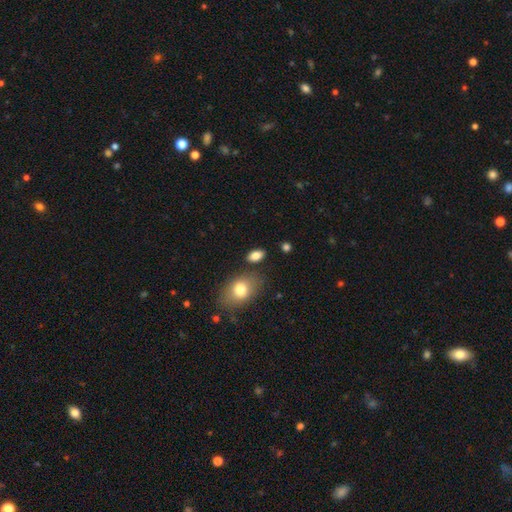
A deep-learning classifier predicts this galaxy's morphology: A smooth galaxy with no disk features (83%) that is in between round and cigar-shaped (88%).

Vote fractions:
- Smooth or featured? smooth: 83% / featured or disk: 9% / star or artifact: 9%
- How rounded? in between: 88% / round: 9% / cigar-shaped: 3%
- Merging? none: 80% / minor disturbance: 12% / merger: 5% / major disturbance: 3%